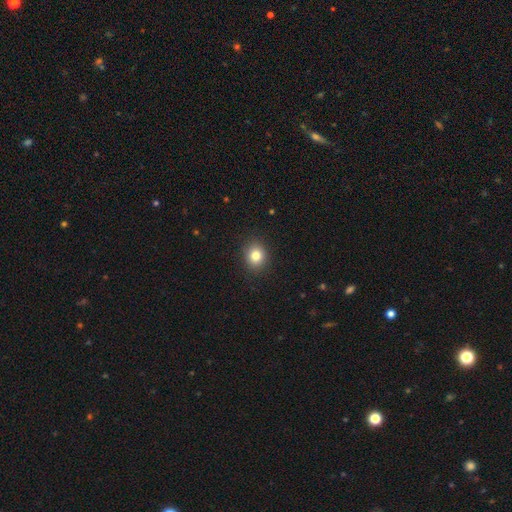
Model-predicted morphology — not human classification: smooth_or_featured: smooth (p=0.81) [alt: star or artifact p=0.12]
how_rounded: round (p=0.73) [alt: in between p=0.26]
merging: none (p=0.90) [alt: minor disturbance p=0.07]